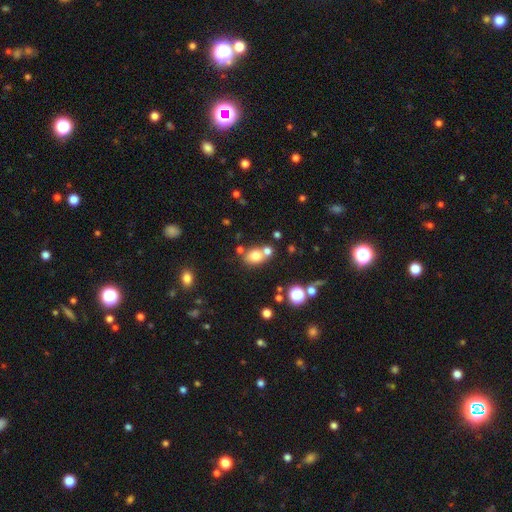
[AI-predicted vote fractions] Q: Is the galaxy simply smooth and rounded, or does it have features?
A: smooth — 76%.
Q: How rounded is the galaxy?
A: in between — 54%.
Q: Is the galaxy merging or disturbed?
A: none — 53%.